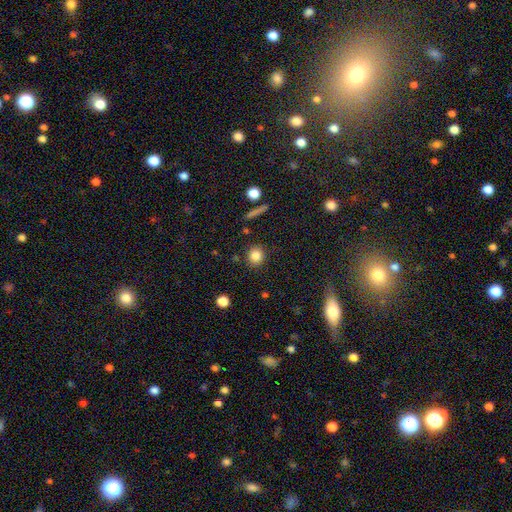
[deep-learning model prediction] smooth-or-featured: smooth: 84% | star or artifact: 10% | featured or disk: 6%
  how-rounded: round: 85% | in between: 14% | cigar-shaped: 1%
  merging: none: 88% | minor disturbance: 8% | major disturbance: 2% | merger: 2%